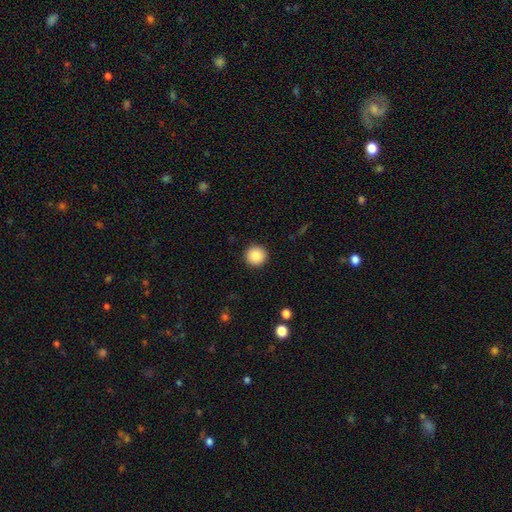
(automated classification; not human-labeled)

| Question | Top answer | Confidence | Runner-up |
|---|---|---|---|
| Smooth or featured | smooth | 88% | star or artifact (9%) |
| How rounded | round | 95% | in between (4%) |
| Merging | none | 92% | minor disturbance (5%) |